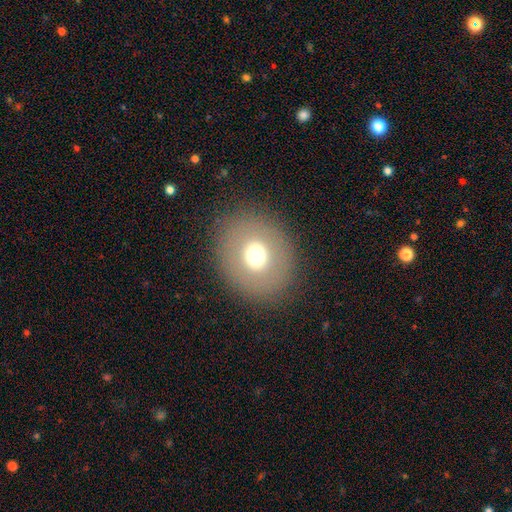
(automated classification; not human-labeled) Overall: smooth (65%). How rounded: round (76%). Merging: none (87%).